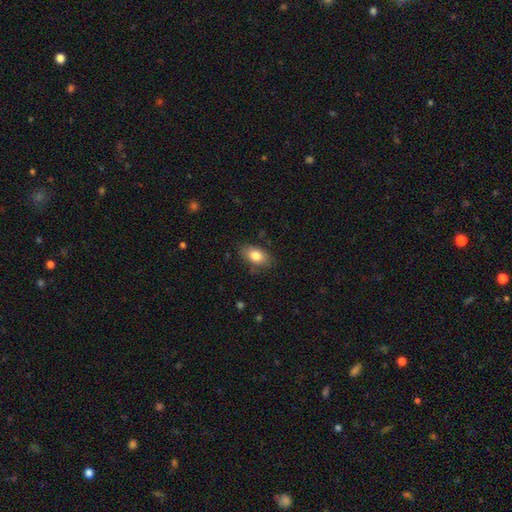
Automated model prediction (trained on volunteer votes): smooth 81%, featured or disk 11%, star or artifact 7%. Down the decision tree: how rounded — in between (90%); merging — none (79%).